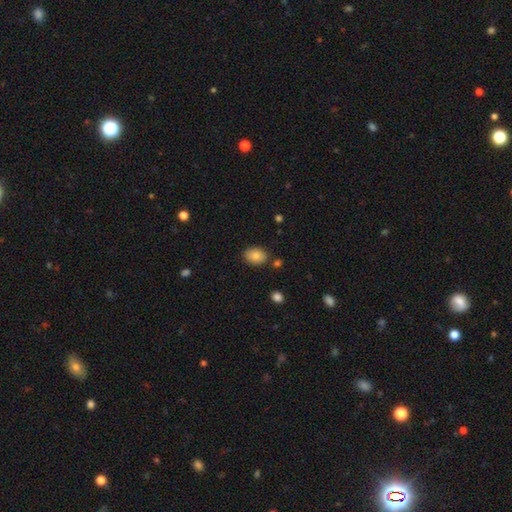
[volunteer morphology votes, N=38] smooth 92%, featured or disk 5%, star or artifact 3%. Down the decision tree: how rounded — in between (83%); merging — none (84%).